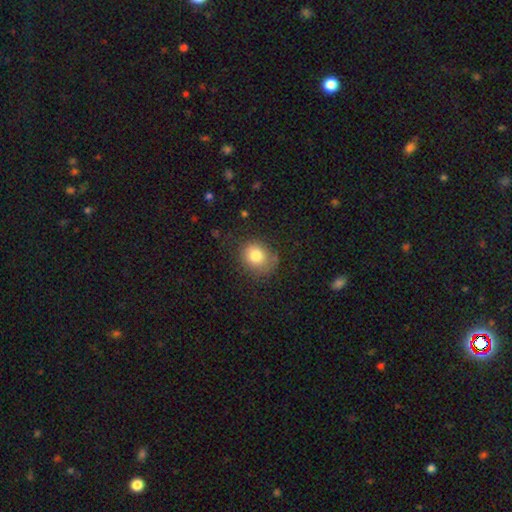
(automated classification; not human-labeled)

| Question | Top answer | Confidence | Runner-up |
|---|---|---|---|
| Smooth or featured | smooth | 80% | star or artifact (11%) |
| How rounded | round | 69% | in between (30%) |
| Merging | none | 74% | minor disturbance (18%) |